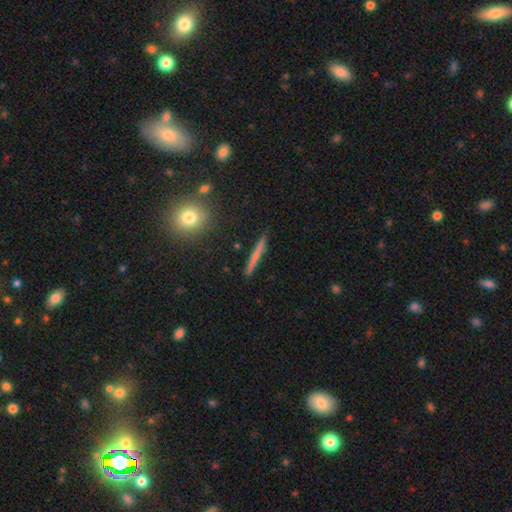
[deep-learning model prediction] smooth 57%, featured or disk 36%, star or artifact 7%. Down the decision tree: how rounded — cigar-shaped (94%); merging — none (90%).